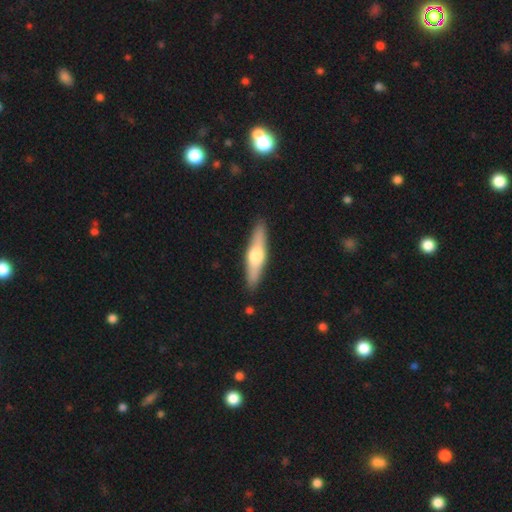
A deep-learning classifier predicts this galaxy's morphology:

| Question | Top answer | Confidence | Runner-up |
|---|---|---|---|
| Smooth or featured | featured or disk | 49% | smooth (46%) |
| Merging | none | 89% | minor disturbance (8%) |